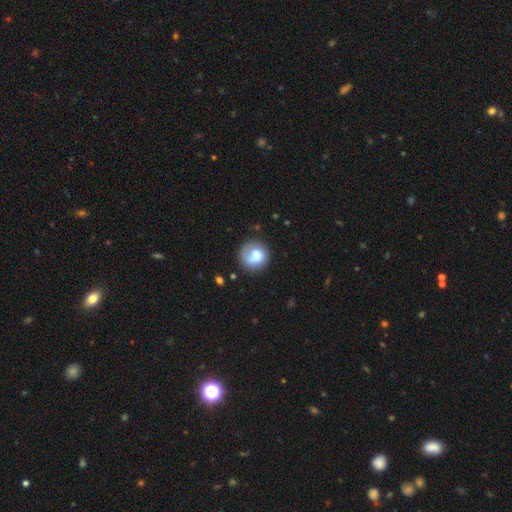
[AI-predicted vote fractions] Smooth or featured: smooth — 72% (featured or disk — 20%)
How rounded: round — 89% (in between — 10%)
Merging: none — 67% (minor disturbance — 18%)